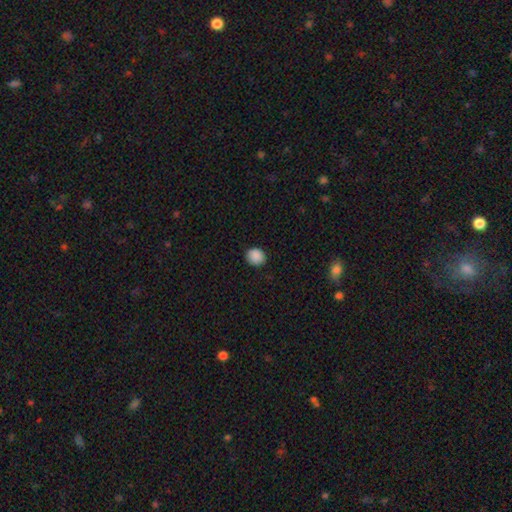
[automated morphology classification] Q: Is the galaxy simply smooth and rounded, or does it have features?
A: smooth — 89%.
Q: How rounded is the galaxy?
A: round — 81%.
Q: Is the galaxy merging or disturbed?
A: none — 89%.